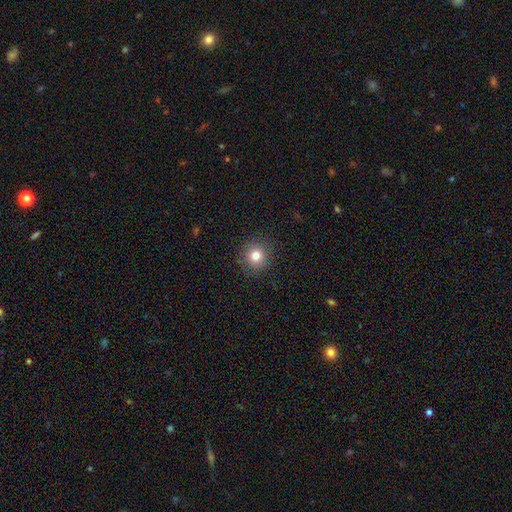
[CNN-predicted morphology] smooth 80%, star or artifact 13%, featured or disk 8%. Down the decision tree: how rounded — round (93%); merging — none (90%).